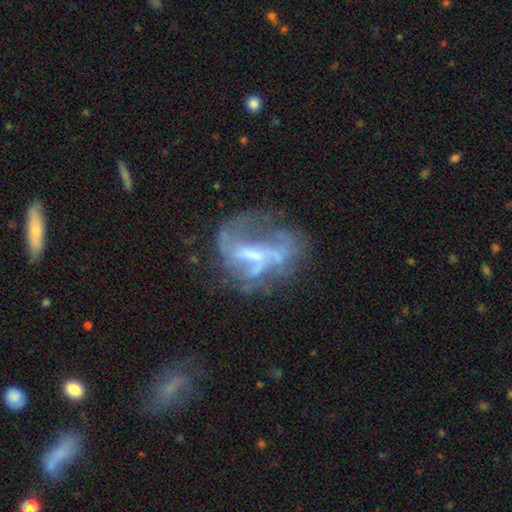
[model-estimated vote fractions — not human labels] Overall: featured or disk (71%). Edge-on disk: no (97%). Bar: weak (40%; no 35%). Spiral arms: yes (56%; no 44%). Bulge size: none (38%; small 29%). Merging: major disturbance (38%; none 35%).